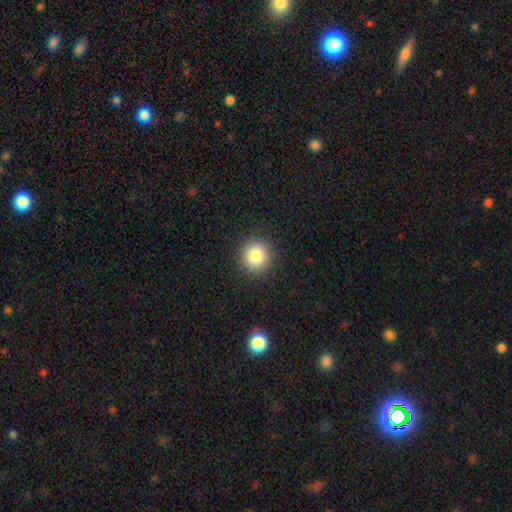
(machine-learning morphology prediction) Overall: smooth (84%). How rounded: round (90%). Merging: none (90%).